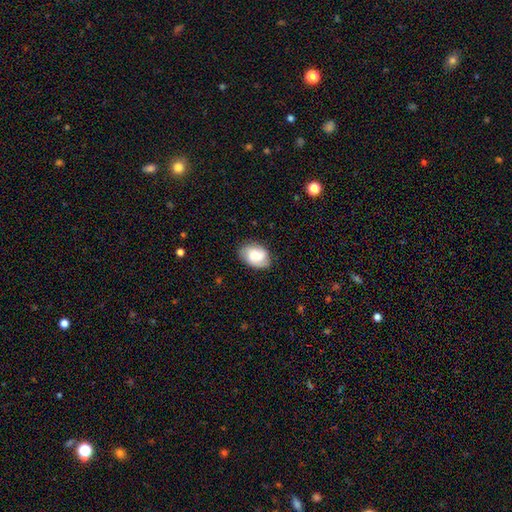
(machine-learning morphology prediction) Overall: smooth (62%; featured or disk 31%). How rounded: in between (79%). Merging: none (78%).